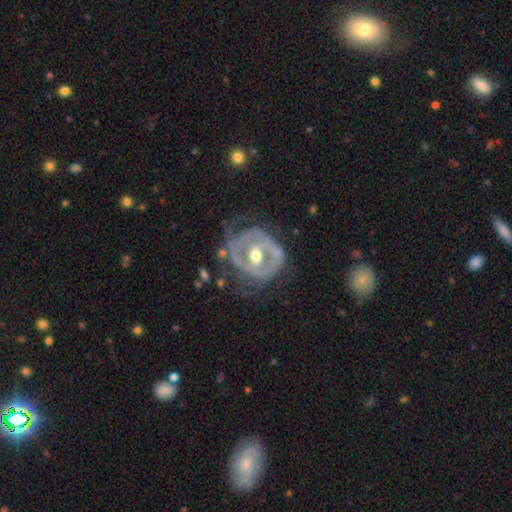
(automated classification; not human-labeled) This appears to be a featured or disk galaxy (80%) with a weak bar (36%), spiral arms (54%) and a moderate central bulge (77%). Merging: none (49%).